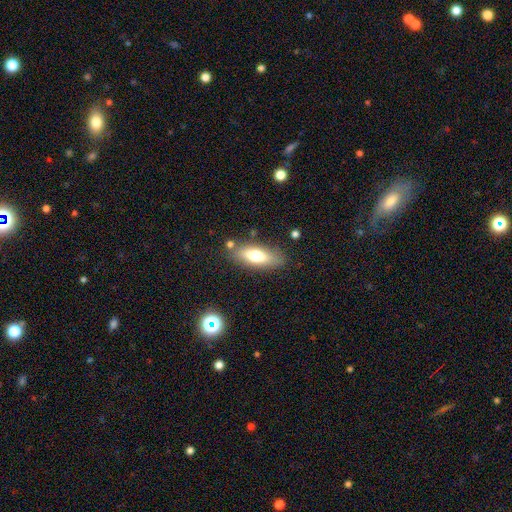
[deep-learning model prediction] Overall: smooth (67%). How rounded: in between (66%; cigar-shaped 31%). Merging: none (79%).